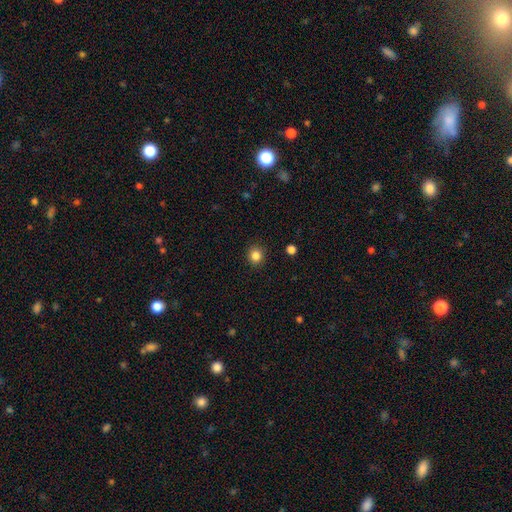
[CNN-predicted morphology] smooth_or_featured: smooth (p=0.84) [alt: star or artifact p=0.12]
how_rounded: round (p=0.89) [alt: in between p=0.10]
merging: none (p=0.91) [alt: minor disturbance p=0.06]